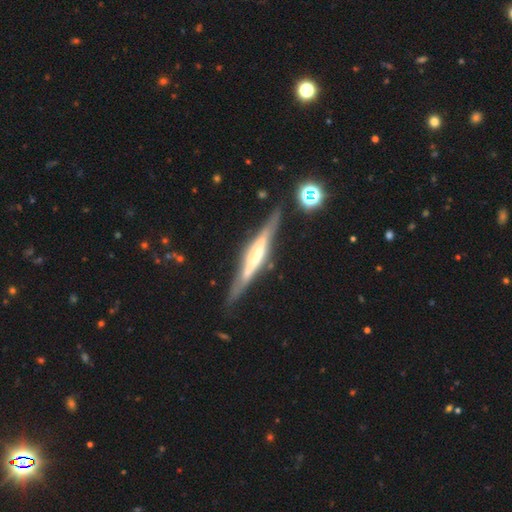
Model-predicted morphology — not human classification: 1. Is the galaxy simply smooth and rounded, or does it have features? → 75% featured or disk, 19% smooth, 7% star or artifact.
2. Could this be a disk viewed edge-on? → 95% yes, 5% no.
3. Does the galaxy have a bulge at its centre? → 47% rounded, 34% boxy, 19% none.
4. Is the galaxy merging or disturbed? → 82% none, 12% minor disturbance, 3% major disturbance, 2% merger.